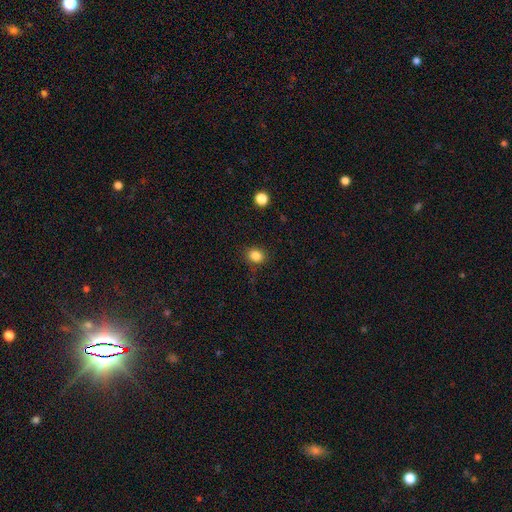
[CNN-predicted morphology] smooth_or_featured: smooth (p=0.84) [alt: star or artifact p=0.11]
how_rounded: round (p=0.68) [alt: in between p=0.32]
merging: none (p=0.84) [alt: minor disturbance p=0.11]